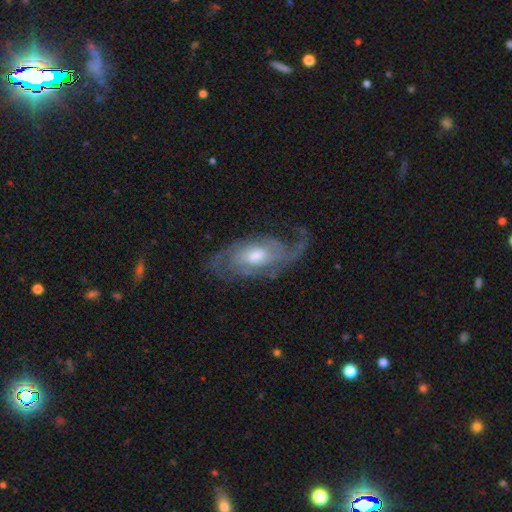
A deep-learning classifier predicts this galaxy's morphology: A featured or disk galaxy (84%) with no bar (56%), 2 (48%) medium (43%) spiral arms (94%) and a moderate central bulge (62%). Merging: none (62%).